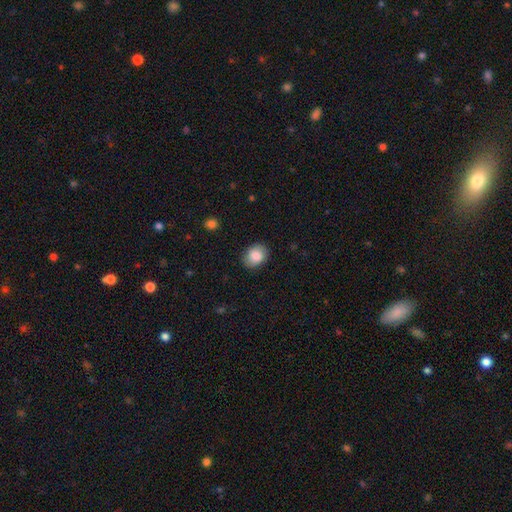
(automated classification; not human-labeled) This appears to be a smooth galaxy with no disk features (85%) that is in between round and cigar-shaped (58%). Merging: none (87%).